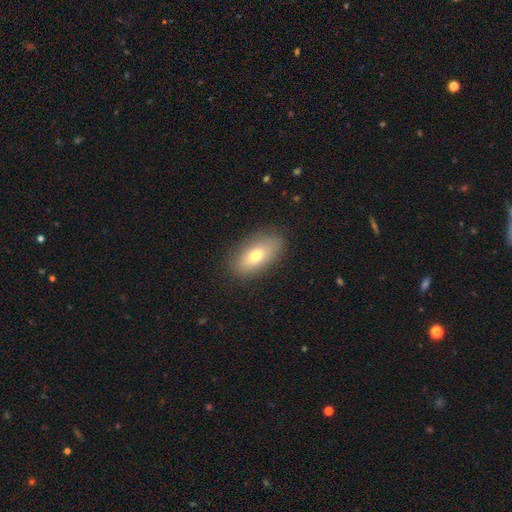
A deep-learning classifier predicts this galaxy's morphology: Smooth or featured? smooth (72%)
How rounded? in between (87%)
Merging? none (85%)